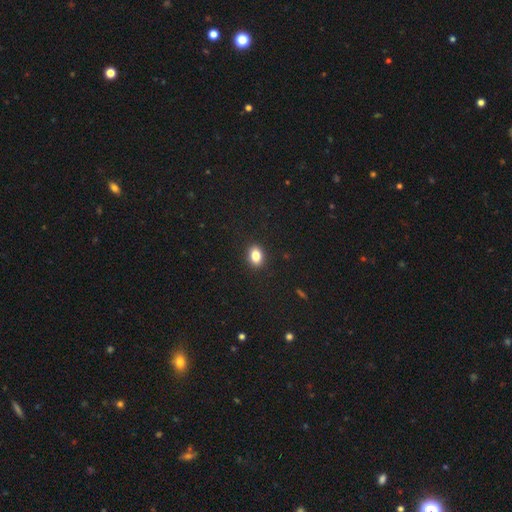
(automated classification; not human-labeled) smooth 84%, star or artifact 10%, featured or disk 6%. Down the decision tree: how rounded — in between (73%); merging — none (90%).